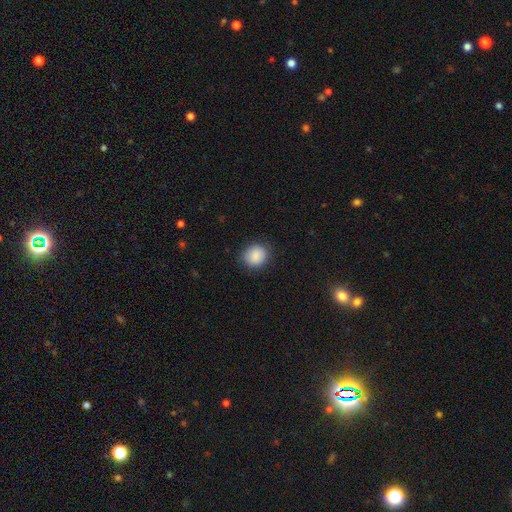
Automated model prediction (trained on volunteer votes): Smooth or featured? smooth (89%)
How rounded? round (75%)
Merging? none (85%)